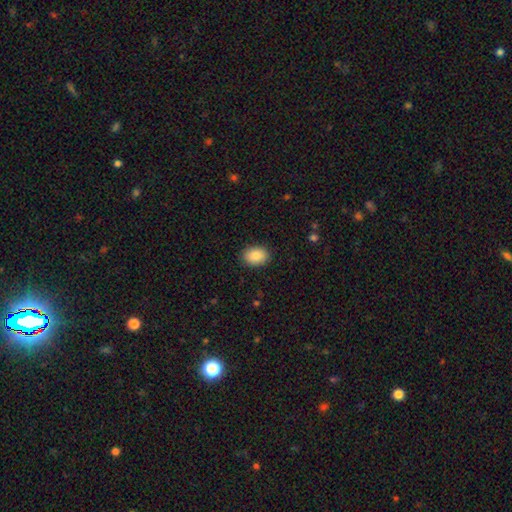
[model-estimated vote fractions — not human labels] Q: Smooth or featured?
A: smooth (89%); runner-up: star or artifact (7%)
Q: How rounded?
A: in between (79%); runner-up: round (20%)
Q: Merging?
A: none (88%); runner-up: minor disturbance (8%)